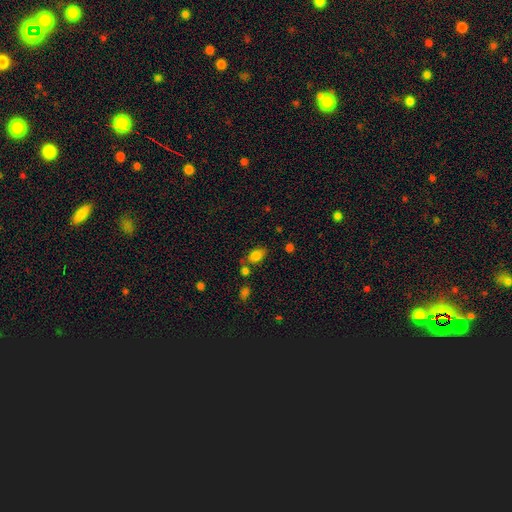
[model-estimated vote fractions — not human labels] A smooth galaxy with no disk features (81%) that is in between round and cigar-shaped (82%).

Vote fractions:
- Smooth or featured? smooth: 81% / star or artifact: 11% / featured or disk: 8%
- How rounded? in between: 82% / round: 16% / cigar-shaped: 2%
- Merging? none: 60% / minor disturbance: 19% / merger: 15% / major disturbance: 6%